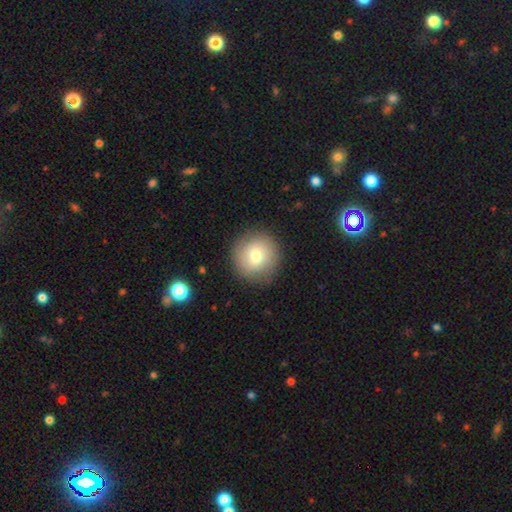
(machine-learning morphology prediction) Smooth or featured: smooth — 74% (featured or disk — 17%)
How rounded: round — 94% (in between — 5%)
Merging: none — 88% (minor disturbance — 8%)